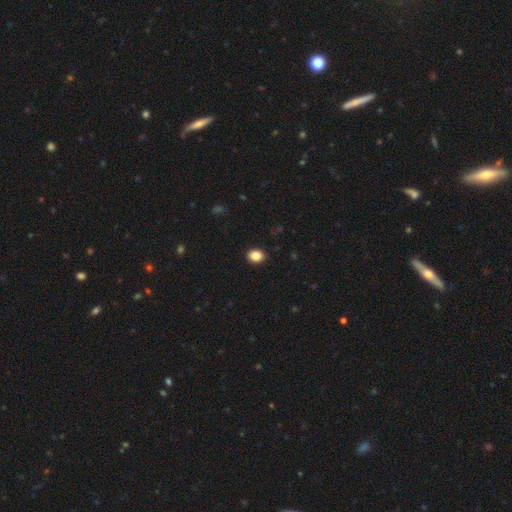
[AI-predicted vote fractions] A smooth galaxy with no disk features (86%) that is in between round and cigar-shaped (55%).

Vote fractions:
- Smooth or featured? smooth: 86% / star or artifact: 9% / featured or disk: 4%
- How rounded? in between: 55% / round: 44% / cigar-shaped: 1%
- Merging? none: 91% / minor disturbance: 6% / major disturbance: 2% / merger: 1%